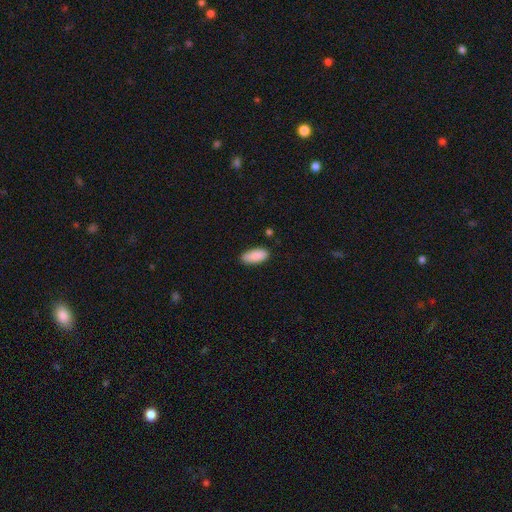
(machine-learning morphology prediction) Smooth or featured? smooth (89%)
How rounded? in between (87%)
Merging? none (81%)